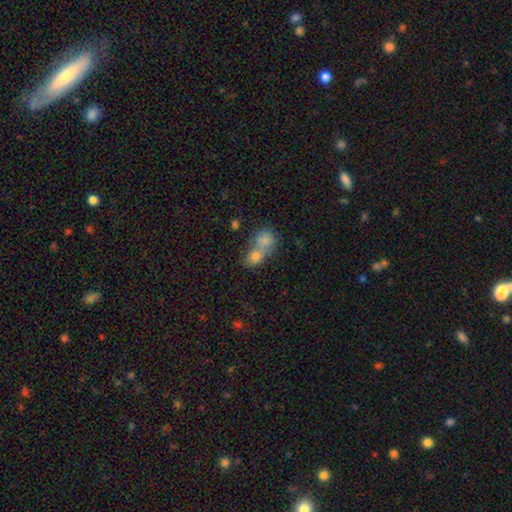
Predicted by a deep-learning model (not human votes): Smooth or featured: smooth — 72% (featured or disk — 15%)
How rounded: round — 64% (in between — 35%)
Merging: merger — 67% (none — 25%)